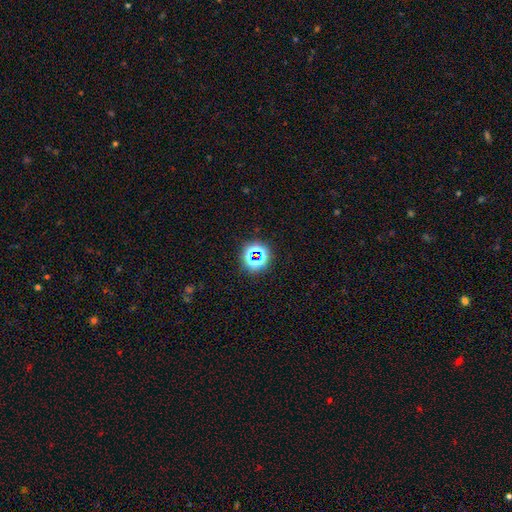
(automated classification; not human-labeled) star or artifact 63%, smooth 26%, featured or disk 10%.